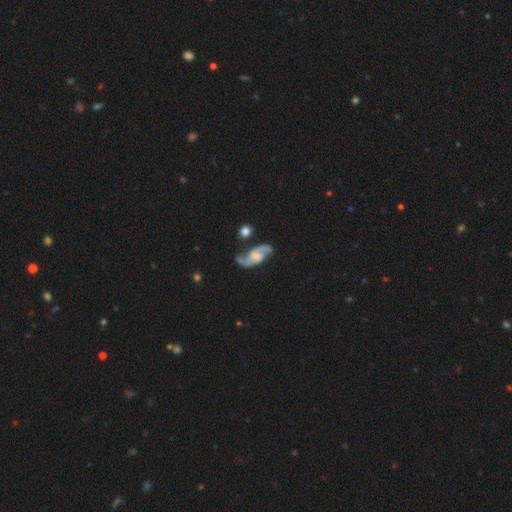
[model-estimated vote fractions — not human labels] A featured or disk galaxy (83%) with a weak bar (44%), 2 (91%) loose (50%) spiral arms (94%) and no central bulge (34%). Merging: none (61%).